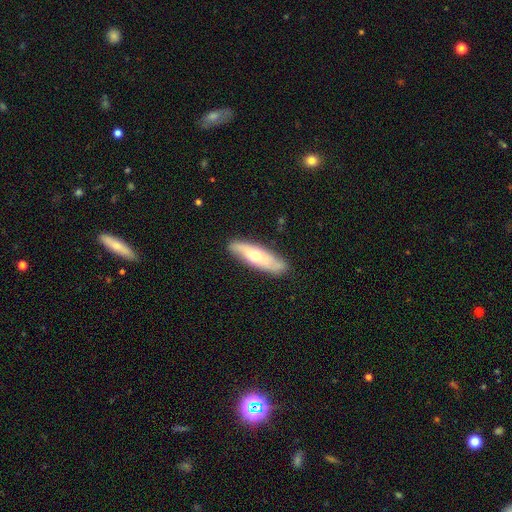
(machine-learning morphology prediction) type=smooth (48%); merging=none (85%).